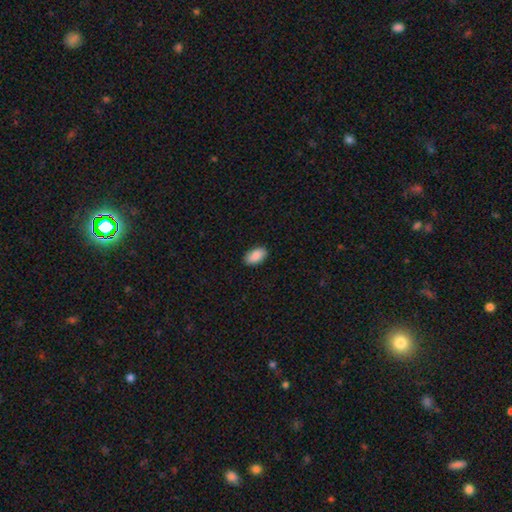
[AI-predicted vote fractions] Smooth or featured? Predicted: smooth (p=0.90). How rounded? Predicted: in between (p=0.94). Merging? Predicted: none (p=0.88).